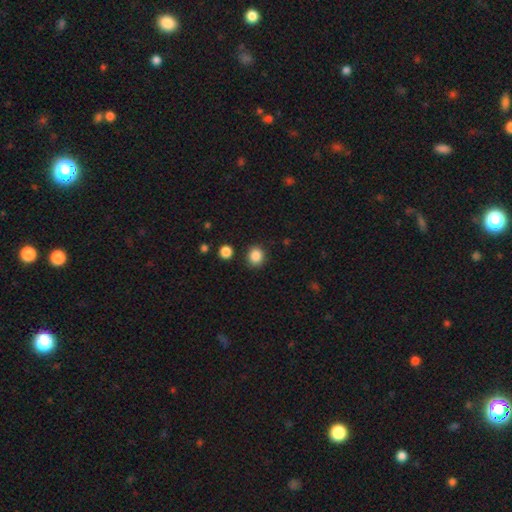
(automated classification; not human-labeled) This is clearly a smooth galaxy (87%). How rounded: clearly round (83%). Merging: clearly none (88%).